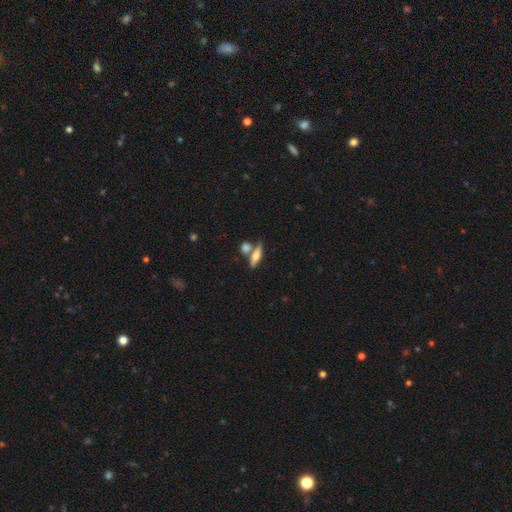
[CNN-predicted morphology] smooth-or-featured: smooth: 53% | featured or disk: 39% | star or artifact: 8%
  how-rounded: cigar-shaped: 53% | in between: 41% | round: 6%
  merging: none: 61% | merger: 25% | minor disturbance: 10% | major disturbance: 4%